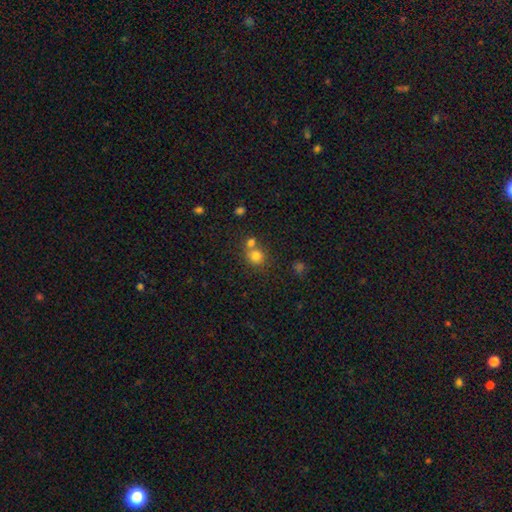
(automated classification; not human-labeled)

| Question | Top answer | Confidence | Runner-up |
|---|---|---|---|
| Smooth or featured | smooth | 78% | star or artifact (13%) |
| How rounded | round | 83% | in between (16%) |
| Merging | none | 51% | merger (37%) |